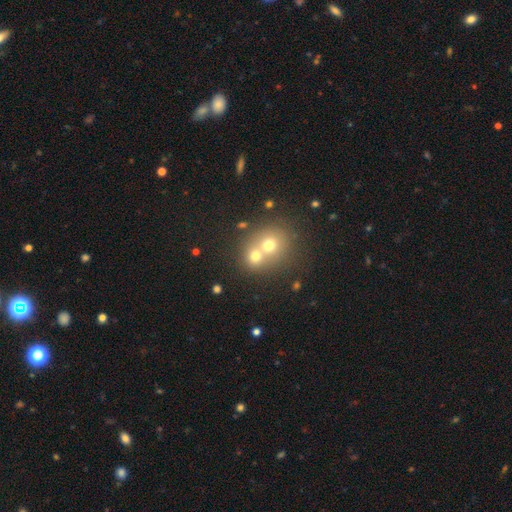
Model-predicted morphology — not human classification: smooth-or-featured: smooth: 67% | featured or disk: 18% | star or artifact: 15%
  how-rounded: round: 79% | in between: 20% | cigar-shaped: 1%
  merging: merger: 60% | none: 32% | minor disturbance: 5% | major disturbance: 3%